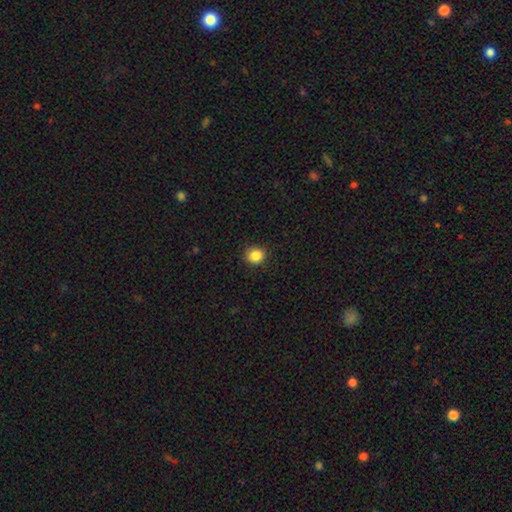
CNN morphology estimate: Q: Smooth or featured?
A: smooth (86%); runner-up: star or artifact (10%)
Q: How rounded?
A: round (87%); runner-up: in between (12%)
Q: Merging?
A: none (90%); runner-up: minor disturbance (7%)